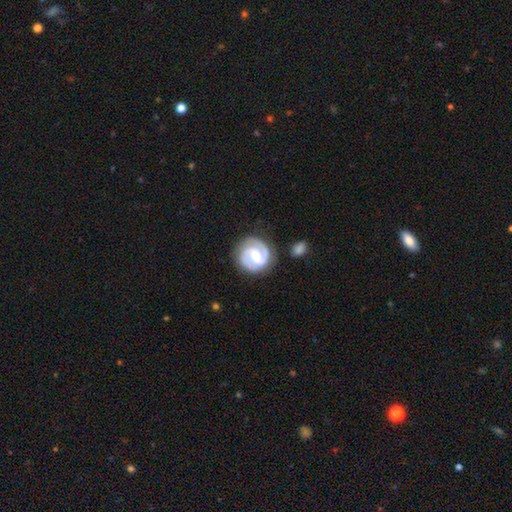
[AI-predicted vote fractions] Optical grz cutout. It shows a featured or disk galaxy (88%) with a weak bar (48%), 2 (88%) tight (48%) spiral arms (98%) and a moderate central bulge (56%). Merging: none (84%).